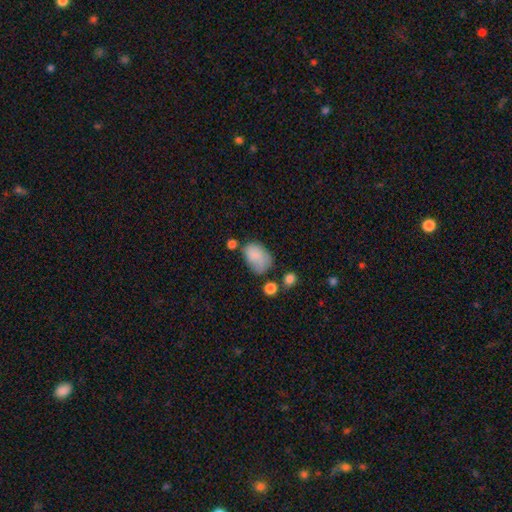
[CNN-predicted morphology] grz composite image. It shows a smooth galaxy with no disk features (79%) that is in between round and cigar-shaped (81%). Merging: none (40%).